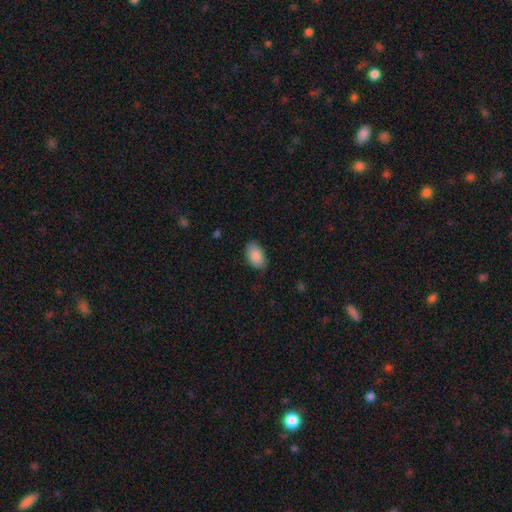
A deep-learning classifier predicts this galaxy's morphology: A smooth galaxy with no disk features (89%) that is in between round and cigar-shaped (92%).

Vote fractions:
- Smooth or featured? smooth: 89% / star or artifact: 6% / featured or disk: 5%
- How rounded? in between: 92% / round: 7% / cigar-shaped: 1%
- Merging? none: 81% / minor disturbance: 15% / major disturbance: 3% / merger: 1%